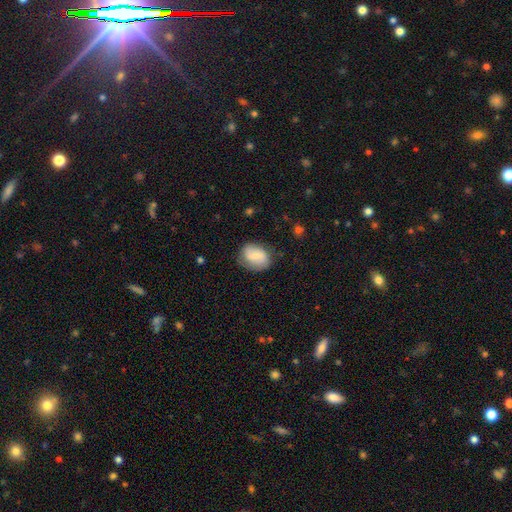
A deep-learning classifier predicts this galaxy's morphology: Q: Smooth or featured?
A: smooth (58%); runner-up: featured or disk (35%)
Q: How rounded?
A: in between (62%); runner-up: round (36%)
Q: Merging?
A: none (68%); runner-up: minor disturbance (23%)